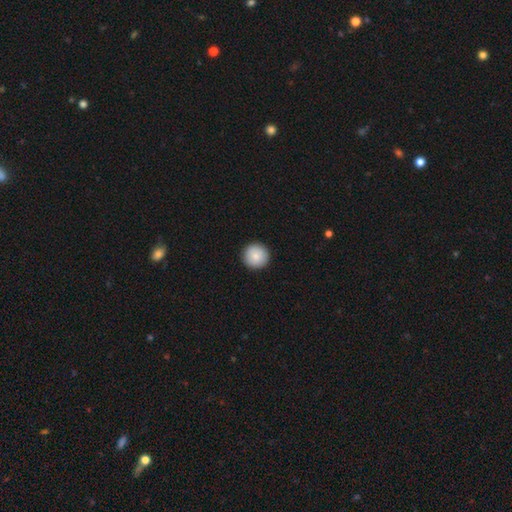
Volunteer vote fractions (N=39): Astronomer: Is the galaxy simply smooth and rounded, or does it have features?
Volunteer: smooth — 85%.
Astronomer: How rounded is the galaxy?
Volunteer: round — 100%.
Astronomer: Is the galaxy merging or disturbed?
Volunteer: none — 100%.